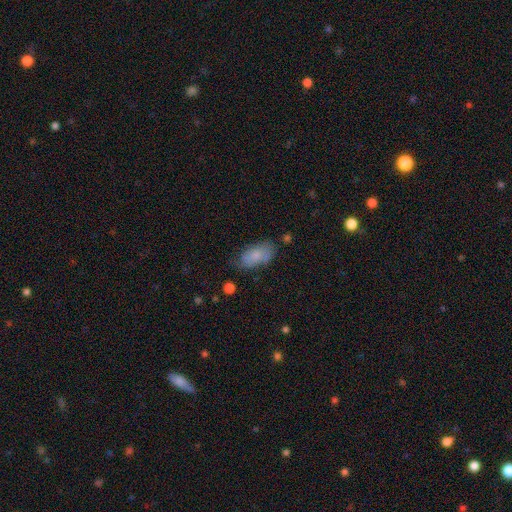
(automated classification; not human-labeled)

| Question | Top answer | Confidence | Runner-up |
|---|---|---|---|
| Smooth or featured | smooth | 75% | featured or disk (18%) |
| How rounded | in between | 92% | cigar-shaped (4%) |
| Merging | none | 58% | minor disturbance (31%) |